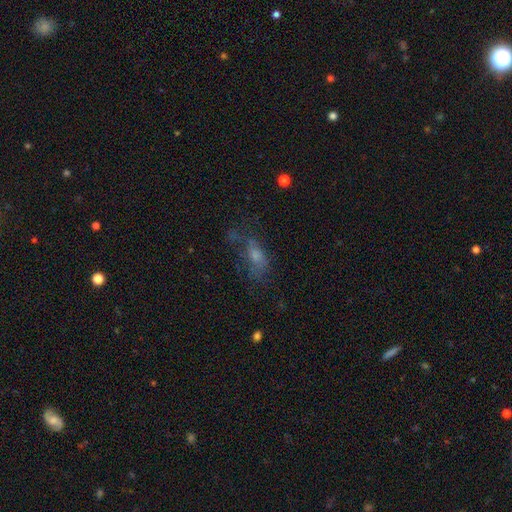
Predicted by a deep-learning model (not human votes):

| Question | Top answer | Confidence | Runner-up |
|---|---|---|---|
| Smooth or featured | smooth | 54% | featured or disk (30%) |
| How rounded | in between | 77% | cigar-shaped (13%) |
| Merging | major disturbance | 36% | tied: none (36%) |